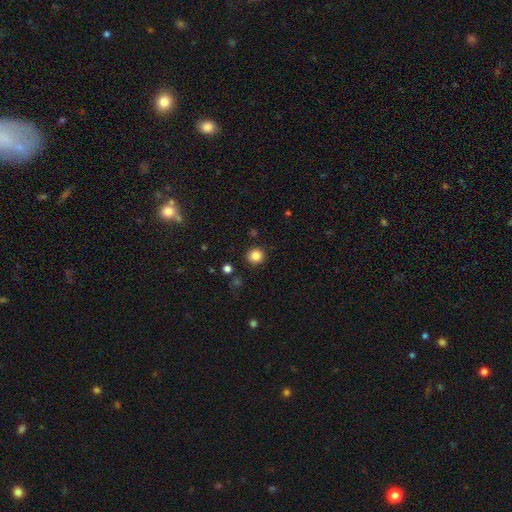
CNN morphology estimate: A smooth galaxy with no disk features (84%) that is round (93%). Merging: none (91%).